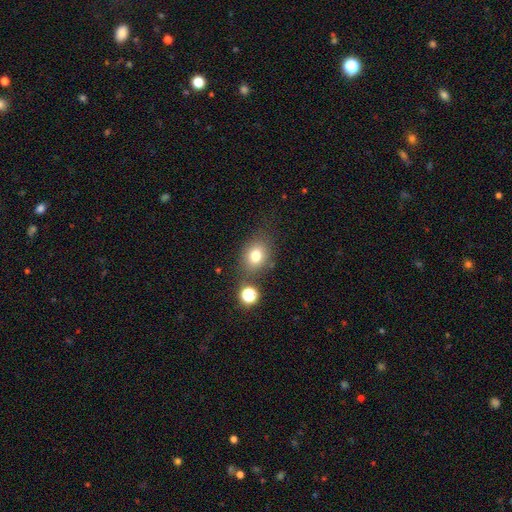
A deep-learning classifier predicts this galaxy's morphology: smooth_or_featured: smooth (p=0.76) [alt: star or artifact p=0.14]
how_rounded: in between (p=0.52) [alt: round p=0.47]
merging: none (p=0.72) [alt: minor disturbance p=0.15]